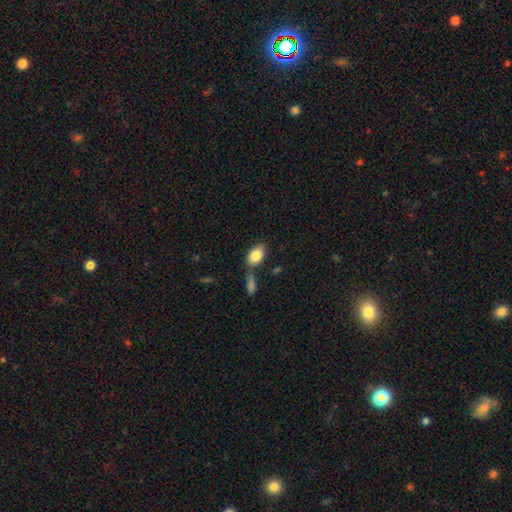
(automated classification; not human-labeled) Q: Smooth or featured?
A: smooth (84%); runner-up: featured or disk (9%)
Q: How rounded?
A: in between (87%); runner-up: round (11%)
Q: Merging?
A: none (58%); runner-up: merger (21%)